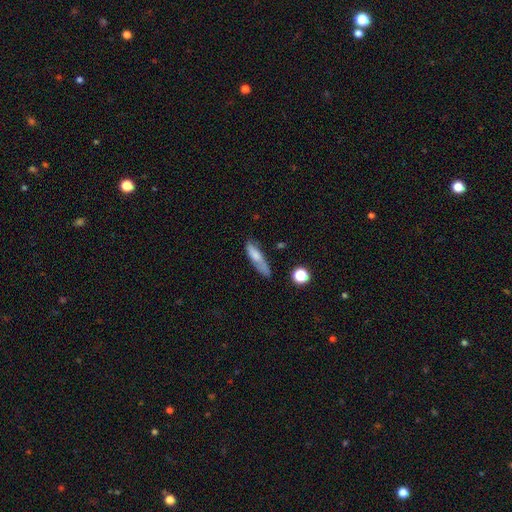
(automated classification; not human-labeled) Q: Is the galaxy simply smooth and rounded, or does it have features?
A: smooth — 71%.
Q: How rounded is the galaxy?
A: cigar-shaped — 68%.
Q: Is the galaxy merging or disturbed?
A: none — 55%.